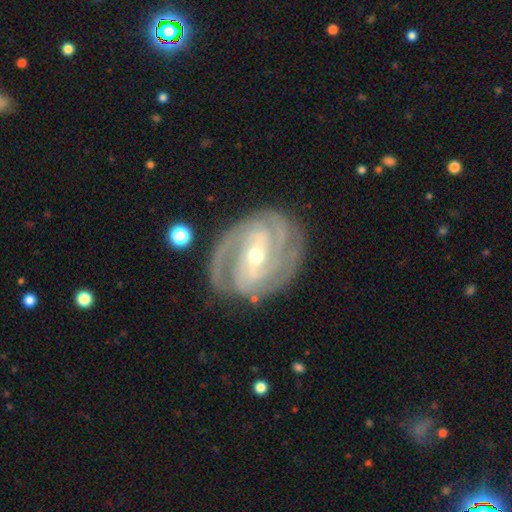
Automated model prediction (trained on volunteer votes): Morphology: type=featured or disk (92%); edge-on=no (97%); bar=strong (42%); spiral arms=yes (98%); winding=tight (64%); arm count=3 (39%); bulge=small (55%); merging=none (80%).